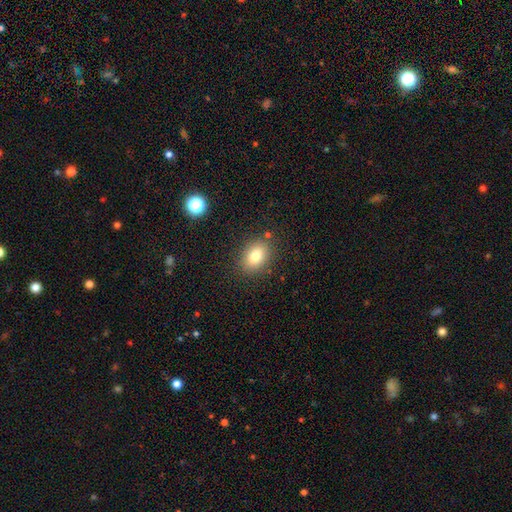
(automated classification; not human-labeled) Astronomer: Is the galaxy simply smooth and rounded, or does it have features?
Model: smooth — 78%.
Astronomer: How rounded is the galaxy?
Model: in between — 69%.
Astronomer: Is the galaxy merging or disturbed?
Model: none — 85%.